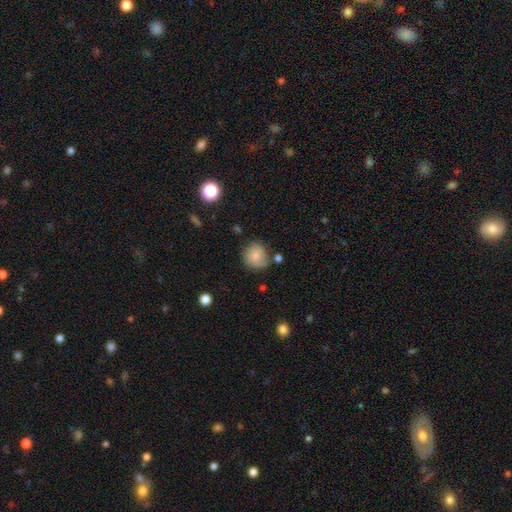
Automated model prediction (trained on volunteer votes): This appears to be a smooth galaxy with no disk features (77%) that is round (88%). Merging: none (68%).